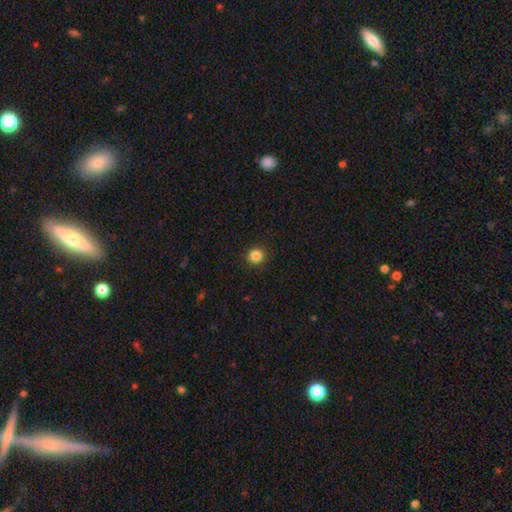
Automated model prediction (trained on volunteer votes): smooth_or_featured: smooth (p=0.86) [alt: star or artifact p=0.11]
how_rounded: round (p=0.94) [alt: in between p=0.05]
merging: none (p=0.92) [alt: minor disturbance p=0.06]